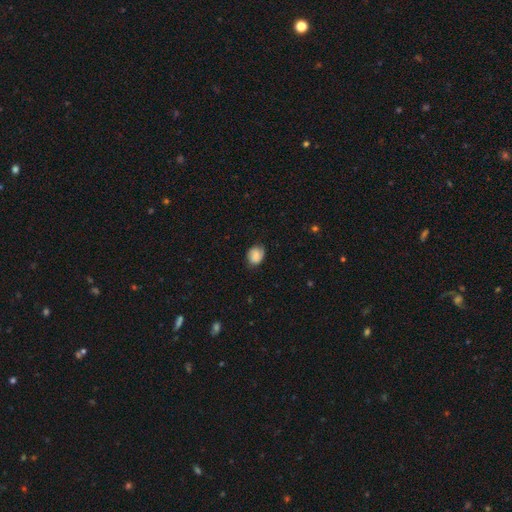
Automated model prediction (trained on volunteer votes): smooth 66%, featured or disk 25%, star or artifact 9%. Down the decision tree: how rounded — in between (52%); merging — none (68%).